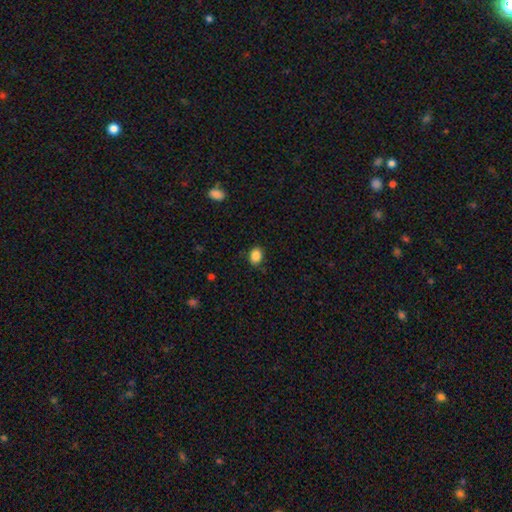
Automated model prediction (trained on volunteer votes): Smooth or featured? smooth (87%)
How rounded? in between (64%)
Merging? none (84%)